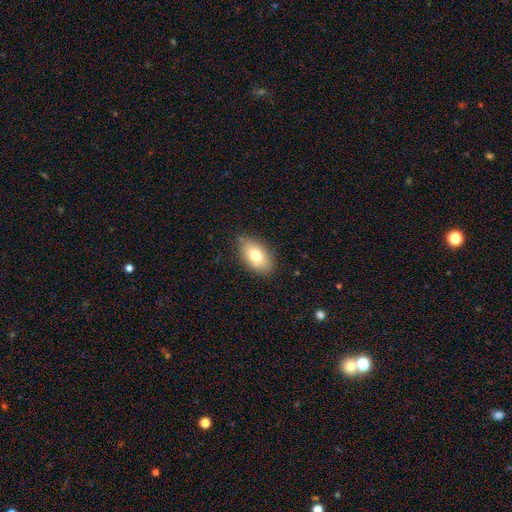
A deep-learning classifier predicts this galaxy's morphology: This is likely a smooth galaxy (76%). How rounded: clearly in between (91%). Merging: clearly none (81%).